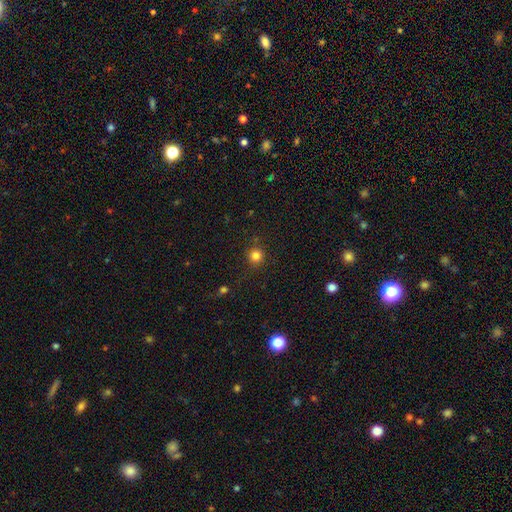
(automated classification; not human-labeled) smooth_or_featured: smooth (p=0.82) [alt: star or artifact p=0.13]
how_rounded: round (p=0.94) [alt: in between p=0.05]
merging: none (p=0.87) [alt: minor disturbance p=0.08]